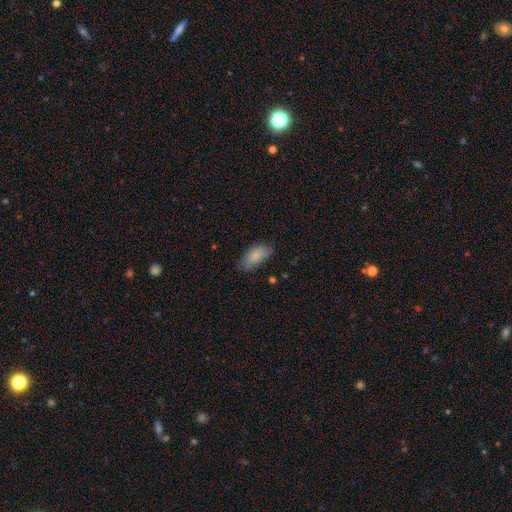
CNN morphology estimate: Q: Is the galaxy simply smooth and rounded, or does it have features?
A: smooth — 85%.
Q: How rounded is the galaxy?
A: in between — 92%.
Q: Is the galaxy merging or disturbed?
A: none — 72%.